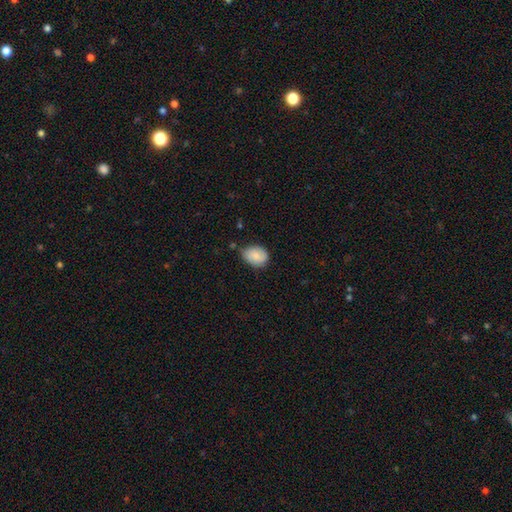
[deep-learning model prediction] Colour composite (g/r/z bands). It shows a smooth galaxy with no disk features (82%) that is in between round and cigar-shaped (62%). Merging: none (66%).